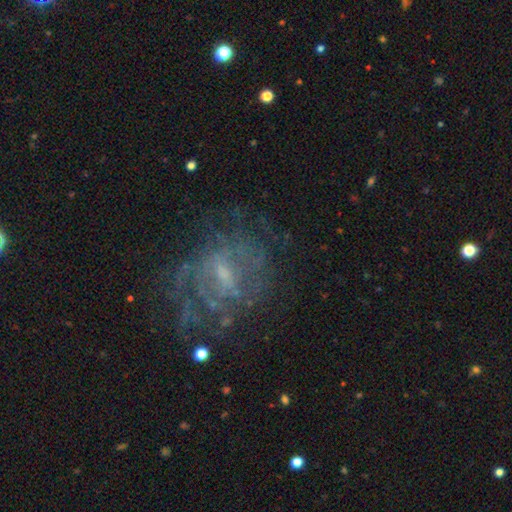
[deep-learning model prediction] Smooth or featured?
  - featured or disk: 66% *
  - star or artifact: 19%
  - smooth: 15%
Edge-on disk?
  - no: 96% *
  - yes: 4%
Bar?
  - weak: 50% *
  - no: 36%
  - strong: 14%
Spiral arms?
  - yes: 67% *
  - no: 33%
Bulge size?
  - small: 59% *
  - moderate: 23%
  - none: 15%
  - large: 2%
  - dominant: 1%
Merging?
  - none: 62% *
  - major disturbance: 19%
  - minor disturbance: 17%
  - merger: 2%